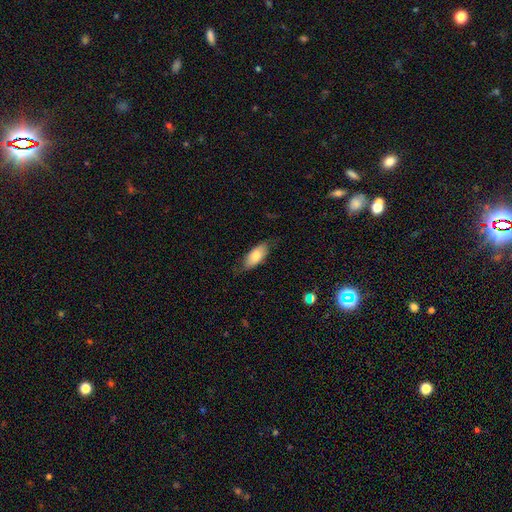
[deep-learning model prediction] This is likely a smooth galaxy (76%). How rounded: clearly in between (85%). Merging: likely none (72%).